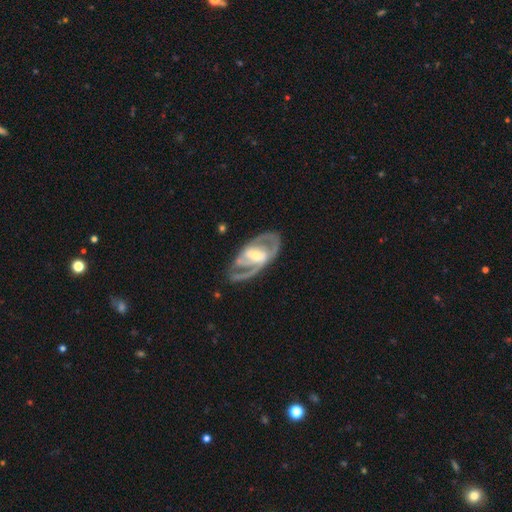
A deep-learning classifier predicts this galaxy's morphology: Q: Smooth or featured?
A: featured or disk (86%); runner-up: smooth (10%)
Q: Edge-on disk?
A: no (95%); runner-up: yes (5%)
Q: Bar?
A: strong (44%); runner-up: weak (37%)
Q: Spiral arms?
A: yes (88%); runner-up: no (12%)
Q: Spiral winding?
A: medium (51%); runner-up: tight (33%)
Q: Spiral arm count?
A: 2 (78%); runner-up: can't tell (9%)
Q: Bulge size?
A: moderate (49%); runner-up: small (40%)
Q: Merging?
A: none (69%); runner-up: minor disturbance (17%)